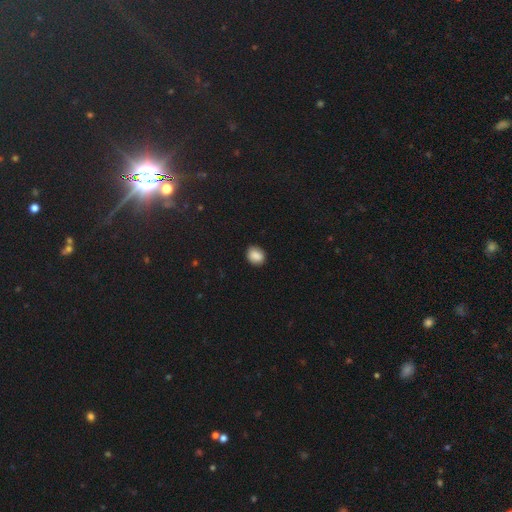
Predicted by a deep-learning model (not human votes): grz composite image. It shows a smooth galaxy with no disk features (88%) that is round (51%). Merging: none (88%).